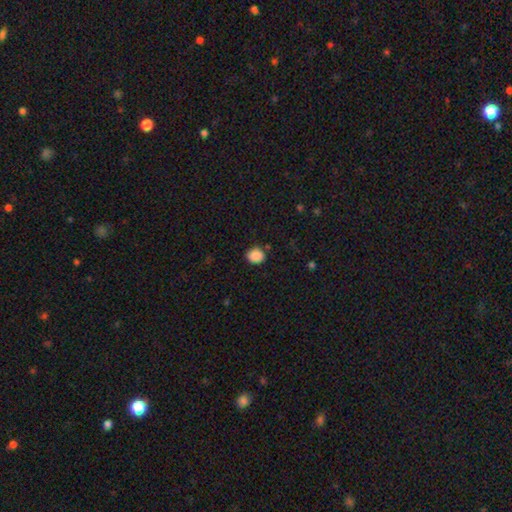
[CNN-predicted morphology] Overall: smooth (88%). How rounded: round (60%; in between 39%). Merging: none (82%).